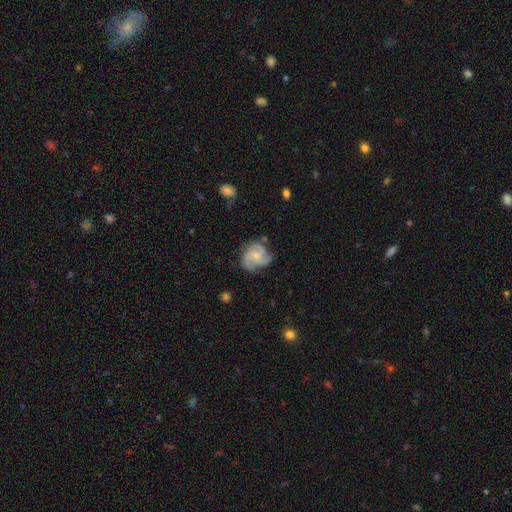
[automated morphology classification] smooth_or_featured: featured or disk (p=0.71) [alt: smooth p=0.22]
disk_edge_on: no (p=0.98) [alt: yes p=0.02]
bar: no (p=0.69) [alt: weak p=0.27]
has_spiral_arms: yes (p=0.93) [alt: no p=0.07]
spiral_winding: medium (p=0.49) [alt: tight p=0.34]
spiral_arm_count: 3 (p=0.58) [alt: 2 p=0.13]
bulge_size: small (p=0.52) [alt: moderate p=0.33]
merging: none (p=0.62) [alt: minor disturbance p=0.25]